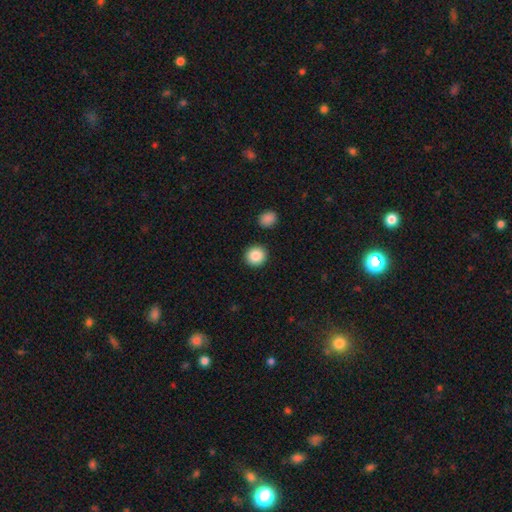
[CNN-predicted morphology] A smooth galaxy with no disk features (88%) that is round (92%). Merging: none (90%).